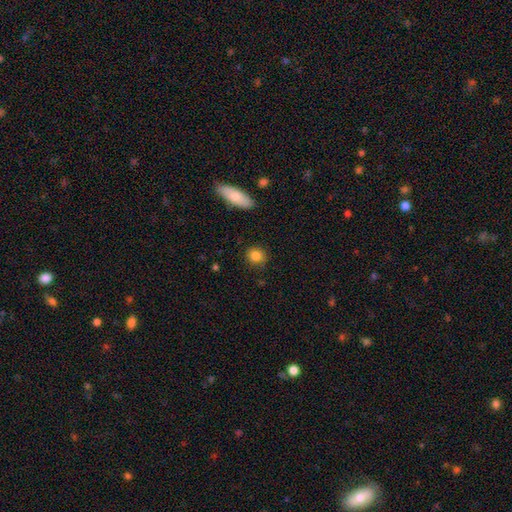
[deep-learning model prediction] The model was most divided on "how rounded": round: 83%, in between: 15%, cigar-shaped: 2%. More confident: merging — none (87%); smooth or featured — smooth (85%).